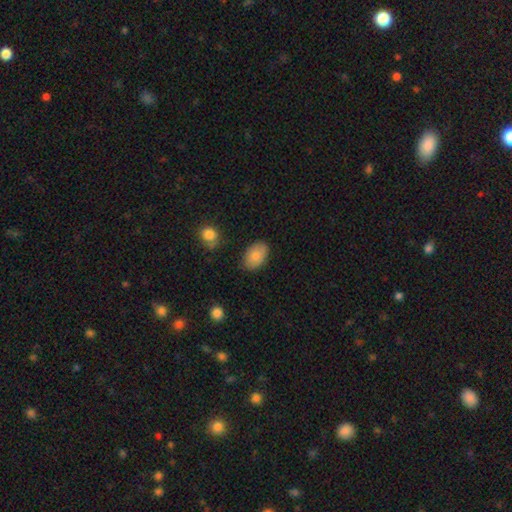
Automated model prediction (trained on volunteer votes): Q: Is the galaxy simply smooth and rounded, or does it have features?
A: smooth — 84%.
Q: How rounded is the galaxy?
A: in between — 90%.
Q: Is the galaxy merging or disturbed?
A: none — 82%.